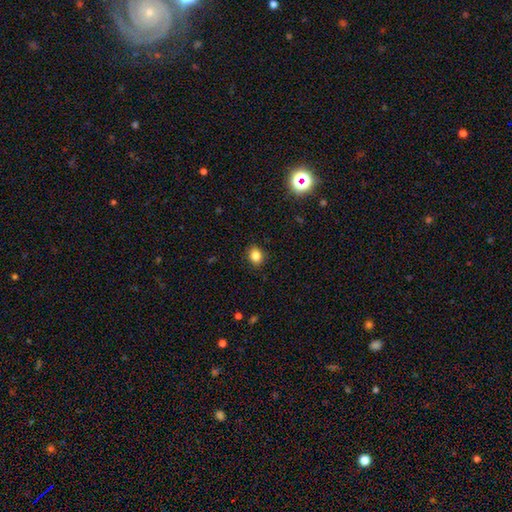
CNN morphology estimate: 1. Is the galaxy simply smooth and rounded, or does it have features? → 83% smooth, 12% star or artifact, 5% featured or disk.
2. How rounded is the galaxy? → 60% round, 39% in between, 1% cigar-shaped.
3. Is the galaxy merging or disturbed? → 89% none, 8% minor disturbance, 2% major disturbance, 1% merger.